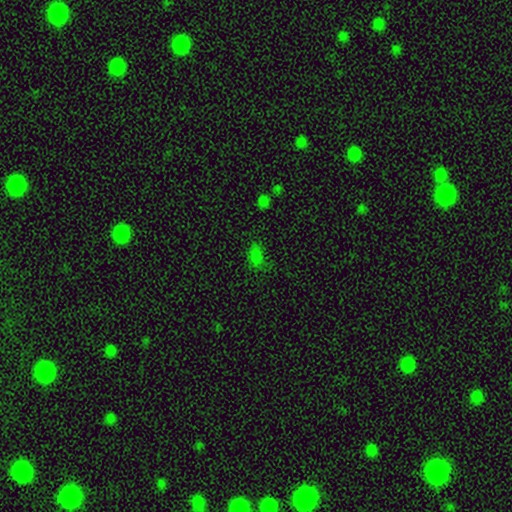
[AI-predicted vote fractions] smooth 68%, star or artifact 26%, featured or disk 6%. Down the decision tree: how rounded — in between (81%); merging — none (65%).